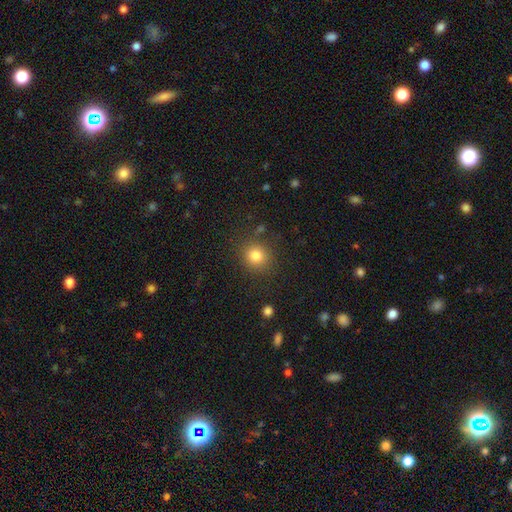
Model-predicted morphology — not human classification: Smooth or featured?
  - smooth: 81% *
  - star or artifact: 12%
  - featured or disk: 6%
How rounded?
  - round: 88% *
  - in between: 11%
  - cigar-shaped: 1%
Merging?
  - none: 85% *
  - minor disturbance: 9%
  - major disturbance: 4%
  - merger: 3%